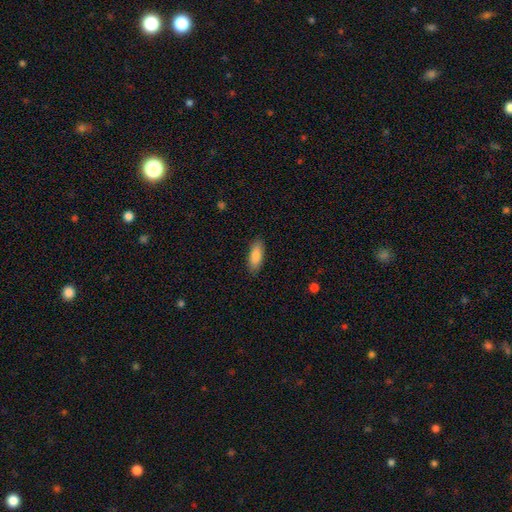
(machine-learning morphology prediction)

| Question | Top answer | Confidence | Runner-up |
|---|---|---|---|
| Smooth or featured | smooth | 87% | featured or disk (7%) |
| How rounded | in between | 72% | cigar-shaped (26%) |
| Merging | none | 88% | minor disturbance (9%) |